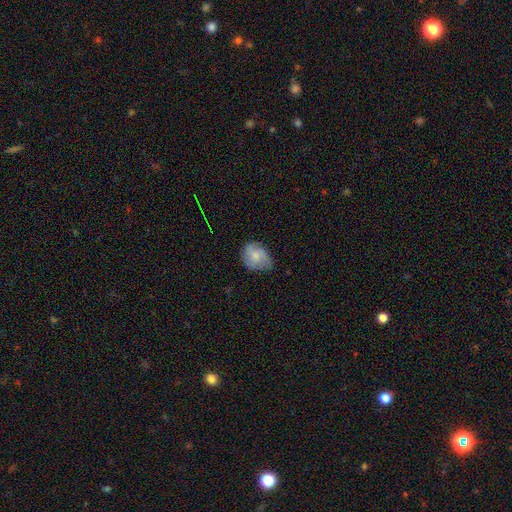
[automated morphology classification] This is possibly a smooth galaxy (52%). How rounded: possibly in between (53%). Merging: possibly none (58%).